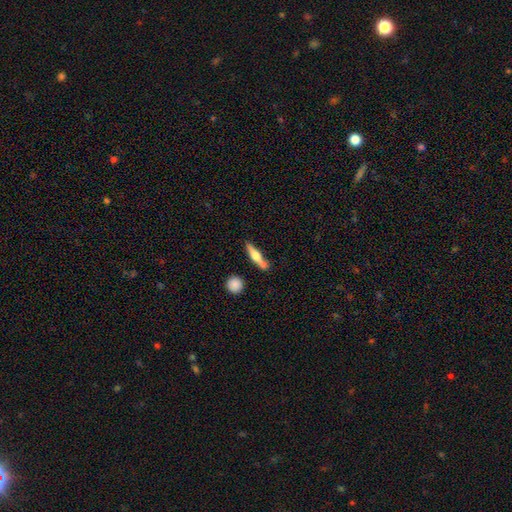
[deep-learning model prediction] Smooth or featured? smooth (50%)
Merging? none (64%)